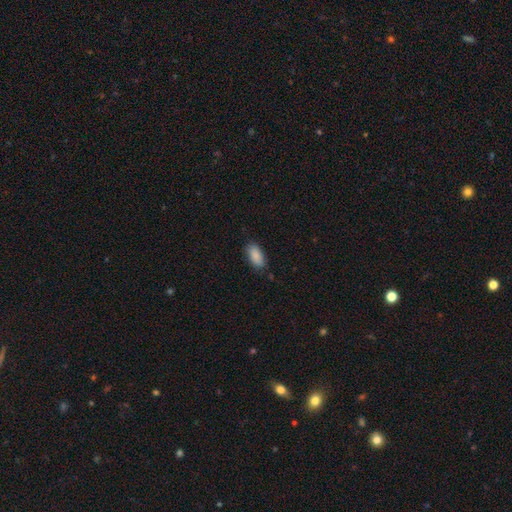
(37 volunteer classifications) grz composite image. It shows a smooth galaxy with no disk features (89%) that is in between round and cigar-shaped (85%). Merging: none (89%).